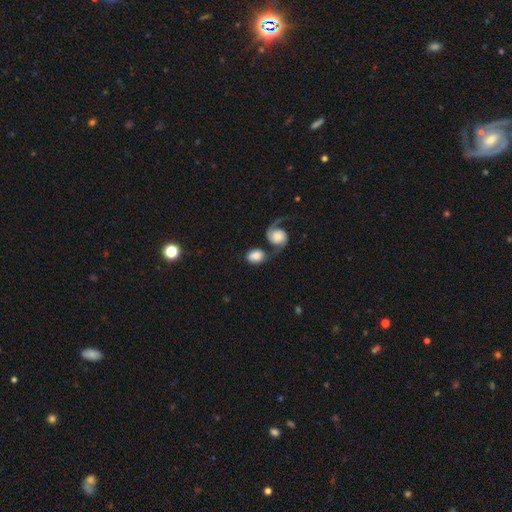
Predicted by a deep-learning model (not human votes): This is likely a smooth galaxy (63%). How rounded: possibly in between (56%). Merging: marginally merger (44%).